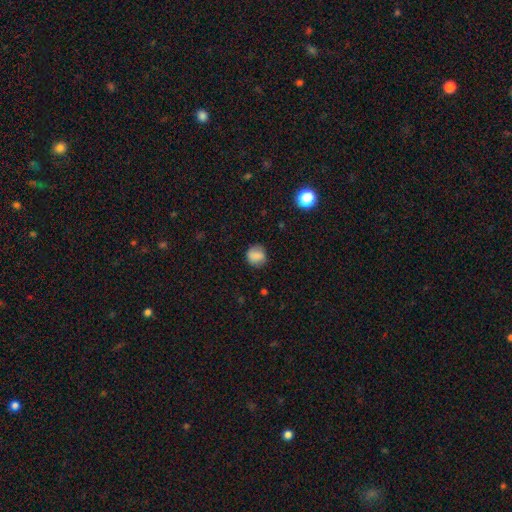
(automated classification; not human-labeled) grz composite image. It shows a smooth galaxy with no disk features (82%) that is round (84%). Merging: none (79%).